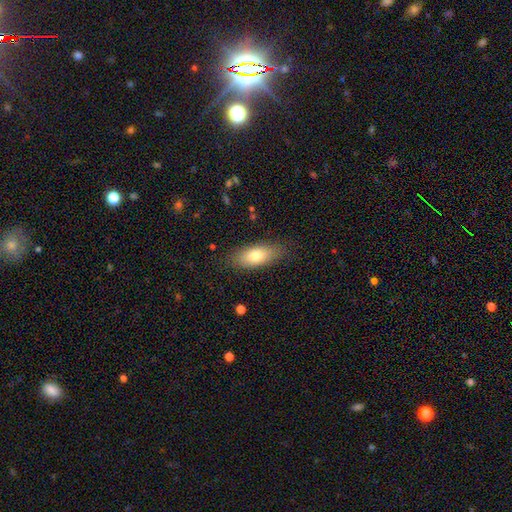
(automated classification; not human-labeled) The model was most divided on "smooth or featured": smooth: 75%, featured or disk: 18%, star or artifact: 7%. More confident: merging — none (83%); how rounded — in between (81%).